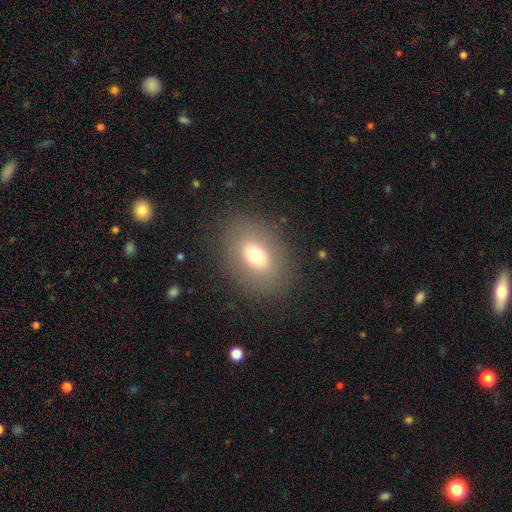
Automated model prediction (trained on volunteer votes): Smooth or featured?
  - smooth: 69% *
  - featured or disk: 18%
  - star or artifact: 13%
How rounded?
  - in between: 62% *
  - round: 37%
  - cigar-shaped: 1%
Merging?
  - none: 85% *
  - minor disturbance: 9%
  - major disturbance: 5%
  - merger: 1%